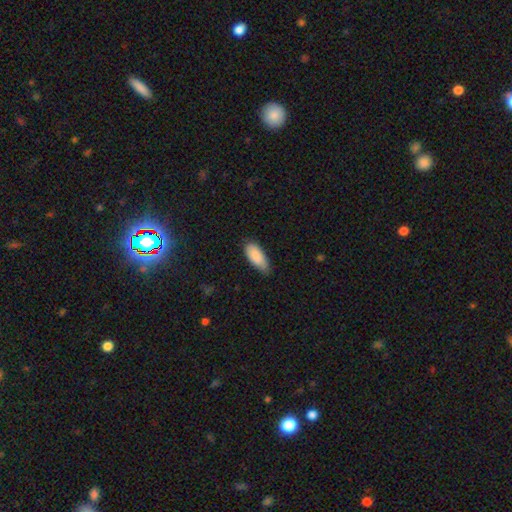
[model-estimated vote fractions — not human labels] Overall: smooth (88%). How rounded: in between (84%). Merging: none (63%; minor disturbance 32%).